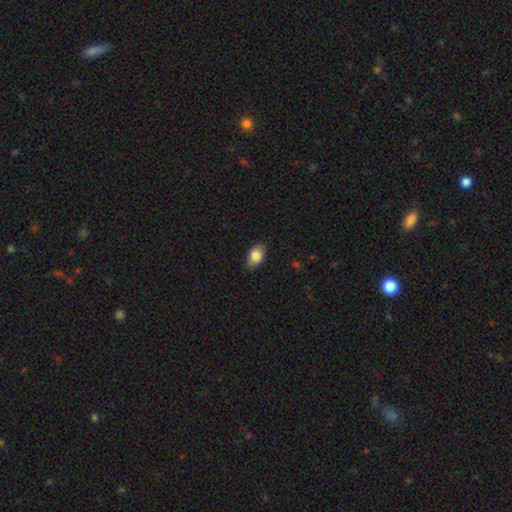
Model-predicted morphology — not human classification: A smooth galaxy with no disk features (84%) that is in between round and cigar-shaped (88%). Merging: none (84%).